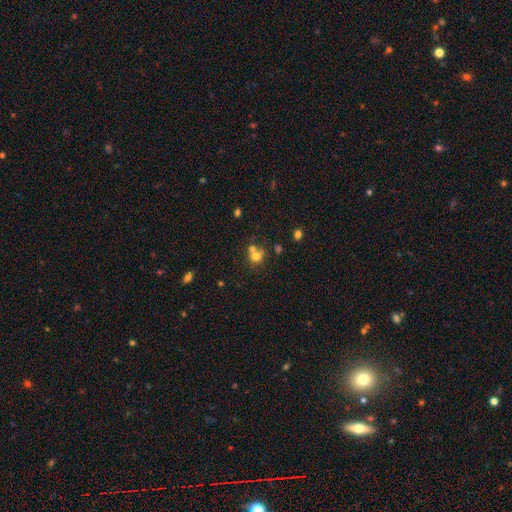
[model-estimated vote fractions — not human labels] Morphology: type=smooth (68%); roundness=round (82%); merging=none (46%).